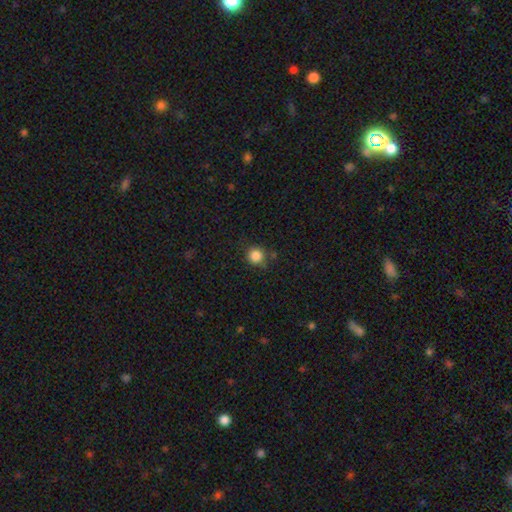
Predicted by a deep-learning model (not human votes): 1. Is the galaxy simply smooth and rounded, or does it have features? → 85% smooth, 11% star or artifact, 4% featured or disk.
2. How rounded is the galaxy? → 92% round, 7% in between, 1% cigar-shaped.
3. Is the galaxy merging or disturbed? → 79% none, 14% minor disturbance, 4% major disturbance, 3% merger.